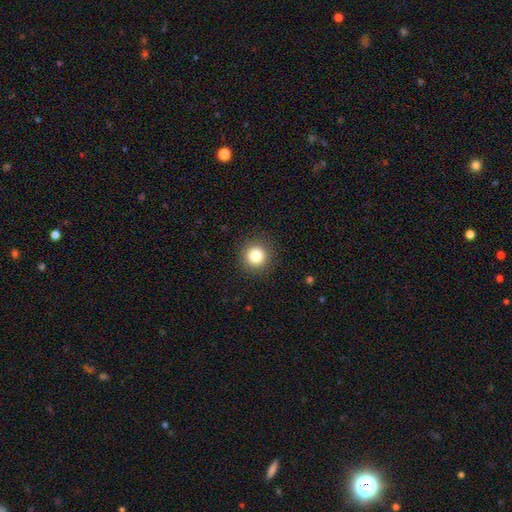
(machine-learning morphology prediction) The model was most divided on "smooth or featured": smooth: 82%, star or artifact: 11%, featured or disk: 6%. More confident: how rounded — round (95%); merging — none (91%).